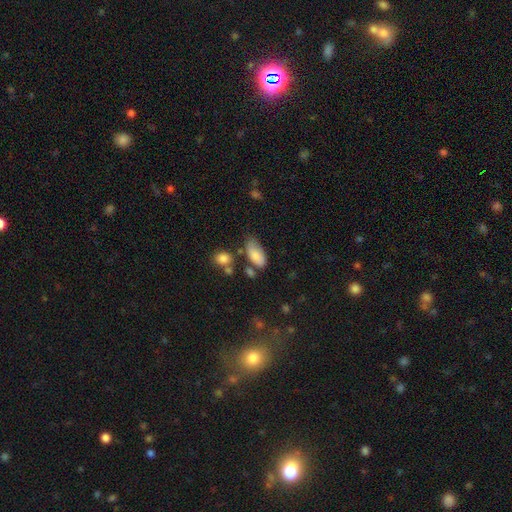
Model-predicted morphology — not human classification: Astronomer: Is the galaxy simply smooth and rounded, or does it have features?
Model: smooth — 79%.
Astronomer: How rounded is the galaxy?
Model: in between — 91%.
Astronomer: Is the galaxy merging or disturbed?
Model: none — 47% (runner-up: minor disturbance, 34%).